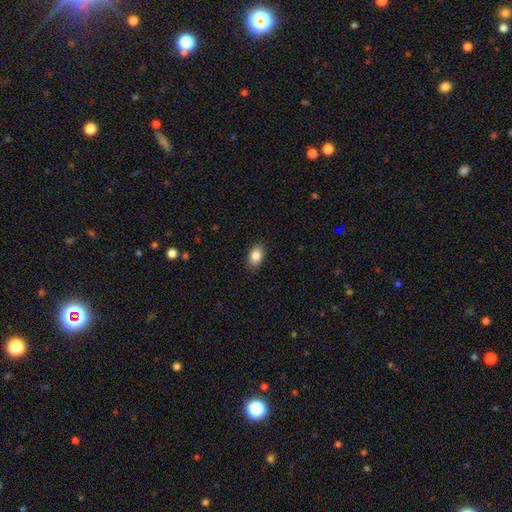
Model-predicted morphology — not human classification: type=smooth (85%); roundness=in between (87%); merging=none (87%).